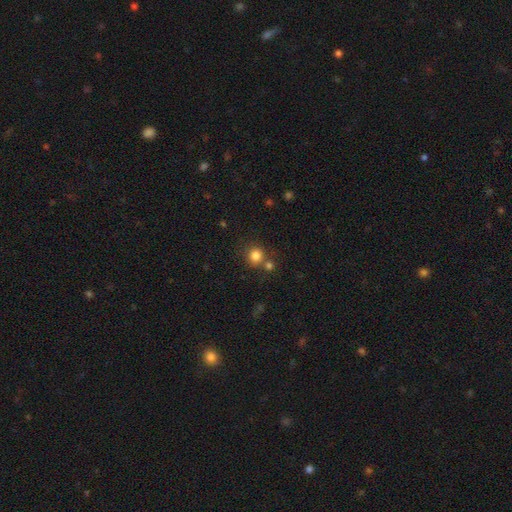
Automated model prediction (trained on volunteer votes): Q: Smooth or featured?
A: smooth (82%); runner-up: star or artifact (12%)
Q: How rounded?
A: round (90%); runner-up: in between (9%)
Q: Merging?
A: none (70%); runner-up: merger (18%)